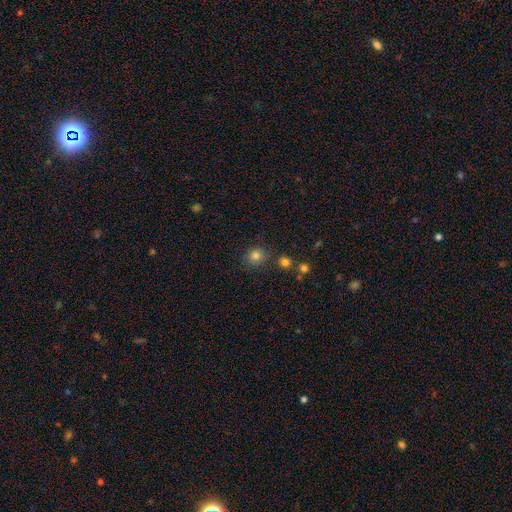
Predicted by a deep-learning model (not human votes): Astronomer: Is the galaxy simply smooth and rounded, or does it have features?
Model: smooth — 81%.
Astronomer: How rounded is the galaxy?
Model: round — 82%.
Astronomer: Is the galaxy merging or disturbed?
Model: none — 81%.